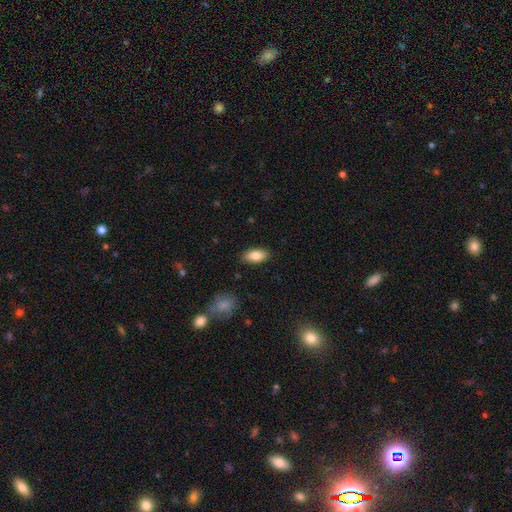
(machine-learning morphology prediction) A smooth galaxy with no disk features (84%) that is in between round and cigar-shaped (90%). Merging: none (87%).